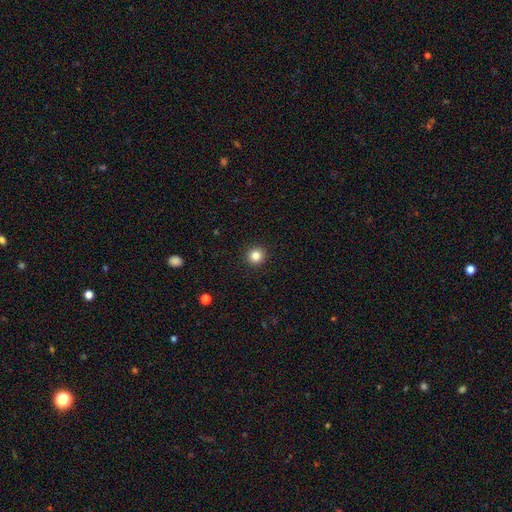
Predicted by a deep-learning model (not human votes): This is clearly a smooth galaxy (83%). How rounded: clearly round (95%). Merging: clearly none (93%).